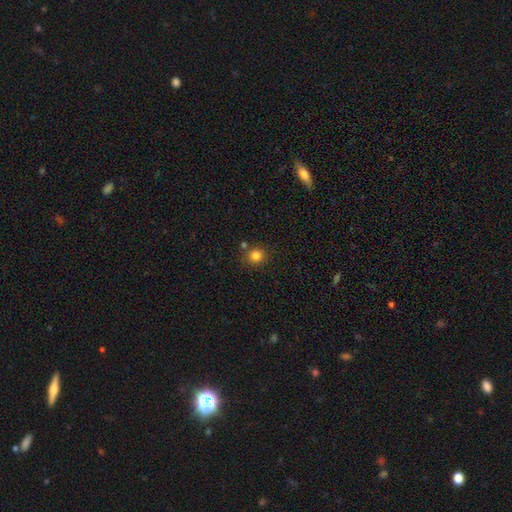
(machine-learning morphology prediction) Q: Smooth or featured?
A: smooth (82%); runner-up: star or artifact (13%)
Q: How rounded?
A: round (89%); runner-up: in between (10%)
Q: Merging?
A: none (79%); runner-up: merger (9%)